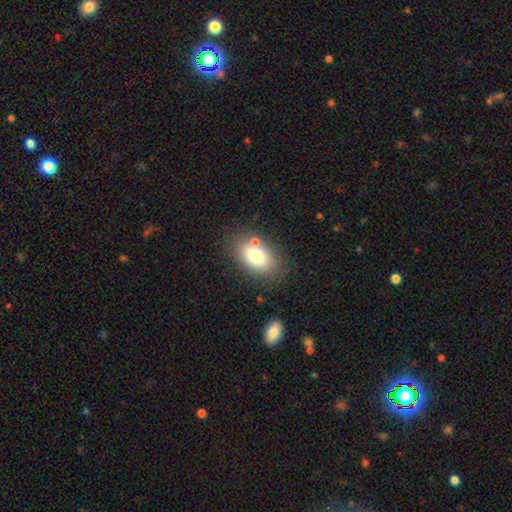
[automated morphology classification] Smooth or featured? Predicted: smooth (p=0.75). How rounded? Predicted: in between (p=0.89). Merging? Predicted: none (p=0.73).